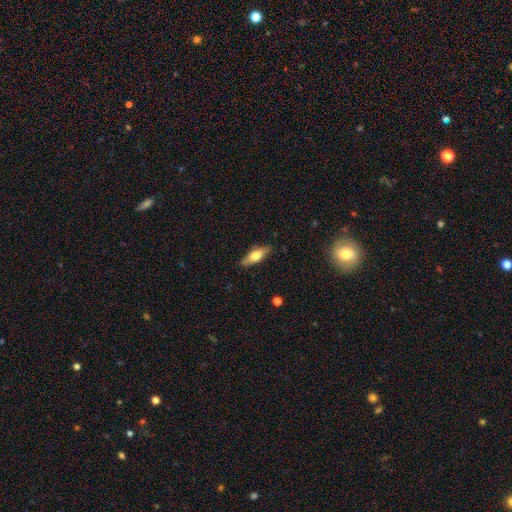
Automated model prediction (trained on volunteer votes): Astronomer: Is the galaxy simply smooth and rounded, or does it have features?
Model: smooth — 59%.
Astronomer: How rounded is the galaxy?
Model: in between — 61% (runner-up: cigar-shaped, 36%).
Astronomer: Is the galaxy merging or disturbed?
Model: none — 84%.